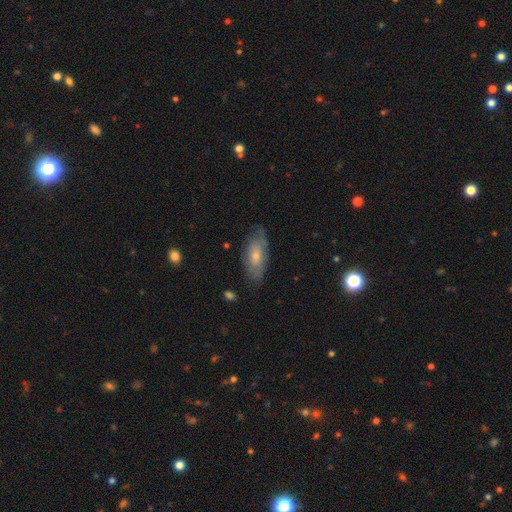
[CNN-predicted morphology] A smooth galaxy with no disk features (49%).

Vote fractions:
- Smooth or featured? smooth: 49% / featured or disk: 44% / star or artifact: 8%
- Merging? none: 75% / minor disturbance: 19% / major disturbance: 5% / merger: 1%